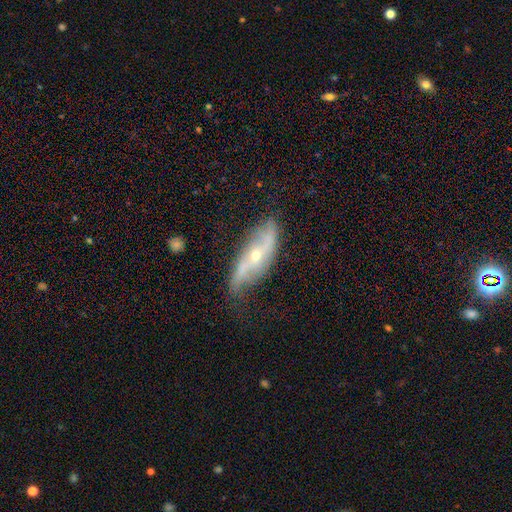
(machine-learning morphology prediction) type=featured or disk (79%); edge-on=no (83%); bar=no (53%); spiral arms=yes (86%); winding=loose (79%); arm count=2 (89%); bulge=small (65%); merging=none (63%).